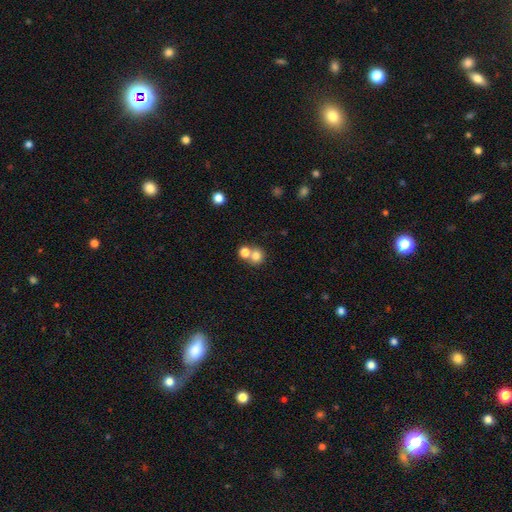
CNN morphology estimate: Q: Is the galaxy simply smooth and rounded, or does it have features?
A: smooth — 78%.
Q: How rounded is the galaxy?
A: round — 82%.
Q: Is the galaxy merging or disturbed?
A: merger — 48%.